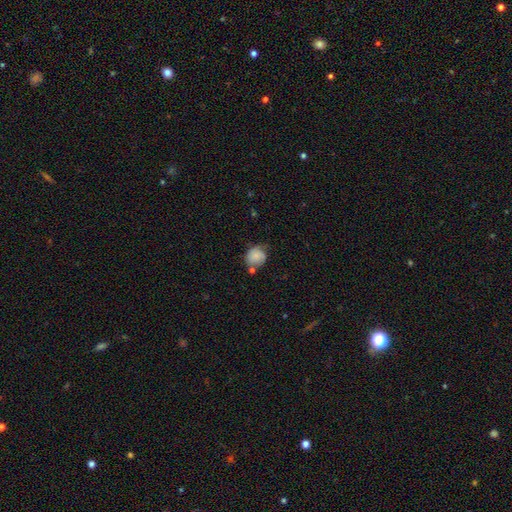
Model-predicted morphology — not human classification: smooth-or-featured: smooth: 75% | featured or disk: 16% | star or artifact: 9%
  how-rounded: round: 70% | in between: 29% | cigar-shaped: 1%
  merging: none: 48% | minor disturbance: 32% | major disturbance: 11% | merger: 9%